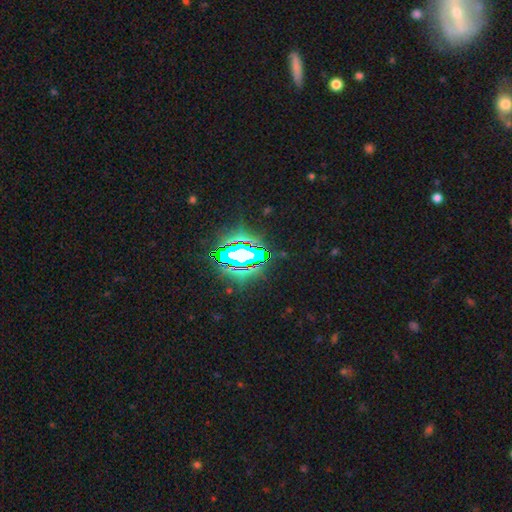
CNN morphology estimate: A star or artifact, not a galaxy (76%).